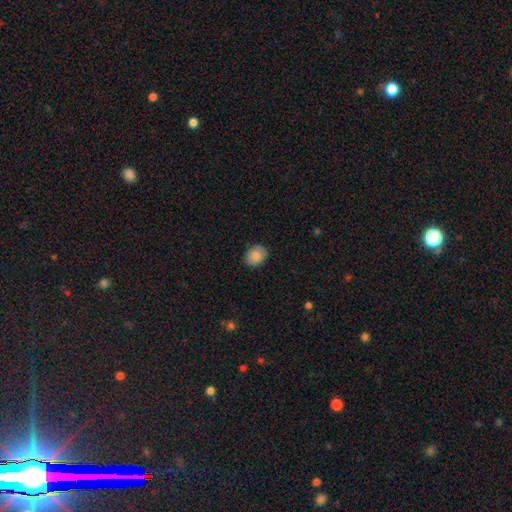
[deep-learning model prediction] This is clearly a smooth galaxy (87%). How rounded: possibly in between (54%). Merging: clearly none (86%).